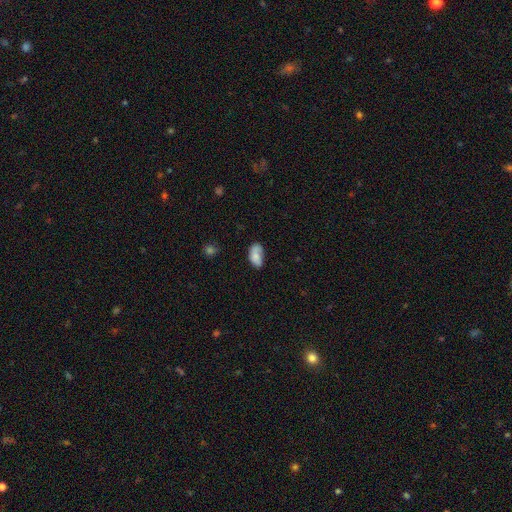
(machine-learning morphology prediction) A smooth galaxy with no disk features (76%) that is in between round and cigar-shaped (92%). Merging: none (49%).